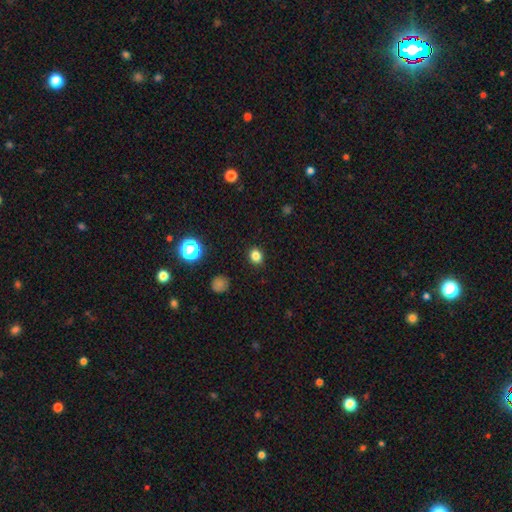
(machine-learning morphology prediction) A smooth galaxy with no disk features (82%) that is round (63%).

Vote fractions:
- Smooth or featured? smooth: 82% / star or artifact: 14% / featured or disk: 4%
- How rounded? round: 63% / in between: 36% / cigar-shaped: 1%
- Merging? none: 90% / minor disturbance: 7% / major disturbance: 2% / merger: 1%